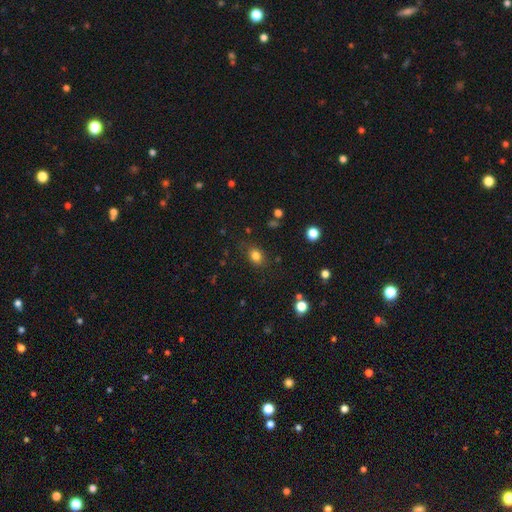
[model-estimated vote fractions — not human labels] Smooth or featured?
  - smooth: 81% *
  - star or artifact: 13%
  - featured or disk: 6%
How rounded?
  - in between: 57% *
  - round: 42%
  - cigar-shaped: 1%
Merging?
  - none: 80% *
  - minor disturbance: 14%
  - major disturbance: 5%
  - merger: 2%